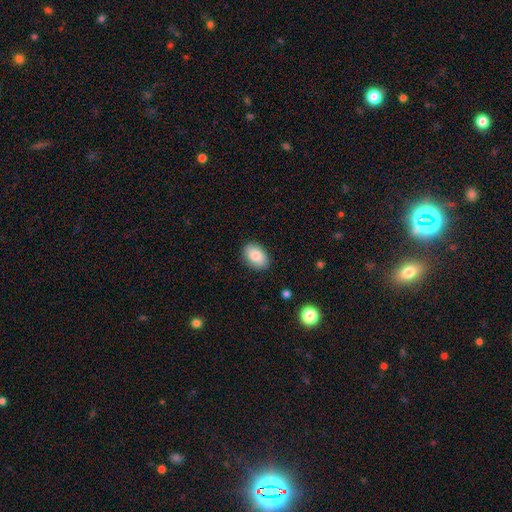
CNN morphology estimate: This appears to be a smooth galaxy with no disk features (84%) that is in between round and cigar-shaped (87%). Merging: none (84%).